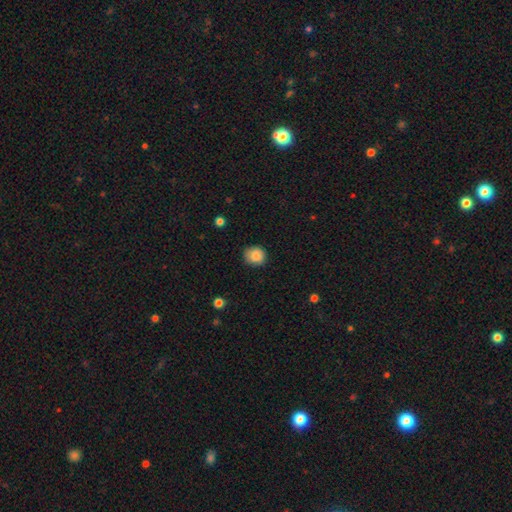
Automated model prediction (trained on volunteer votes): Smooth or featured? Predicted: smooth (p=0.85). How rounded? Predicted: round (p=0.85). Merging? Predicted: none (p=0.83).